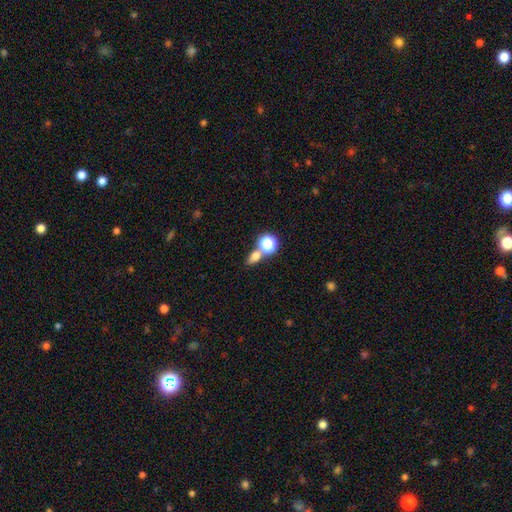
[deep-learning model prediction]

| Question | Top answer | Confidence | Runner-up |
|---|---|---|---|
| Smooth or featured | smooth | 67% | star or artifact (20%) |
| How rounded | in between | 59% | round (35%) |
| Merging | none | 55% | merger (31%) |